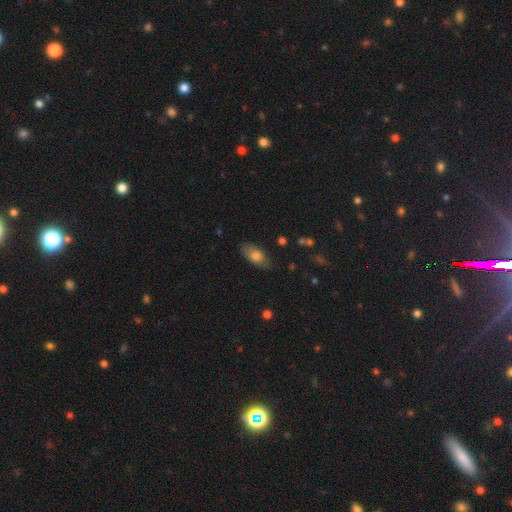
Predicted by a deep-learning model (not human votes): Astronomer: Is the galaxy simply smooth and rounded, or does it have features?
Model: smooth — 76%.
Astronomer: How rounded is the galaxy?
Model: in between — 87%.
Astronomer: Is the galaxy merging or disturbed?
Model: none — 80%.